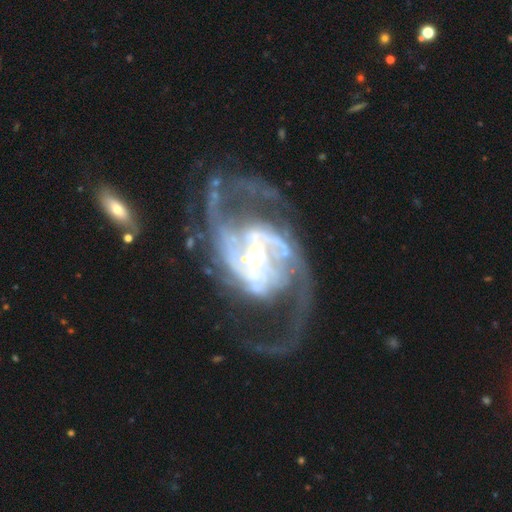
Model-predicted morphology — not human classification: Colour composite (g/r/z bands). It shows a featured or disk galaxy (91%) with no bar (41%), 2 (66%) medium (49%) spiral arms (96%) and a small central bulge (65%). Merging: none (49%).